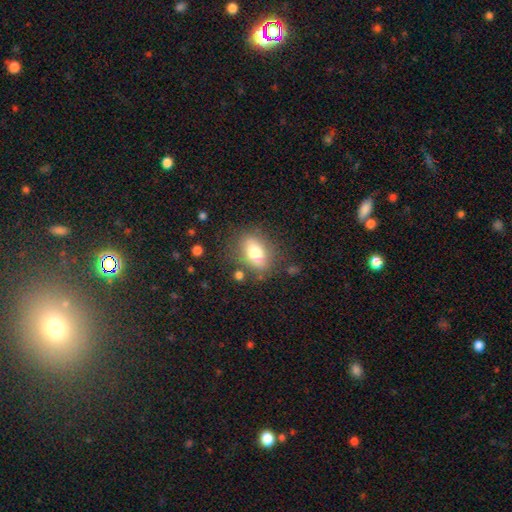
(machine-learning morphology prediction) The model was most divided on "smooth or featured": smooth: 71%, featured or disk: 21%, star or artifact: 9%. More confident: merging — none (75%); how rounded — in between (75%).